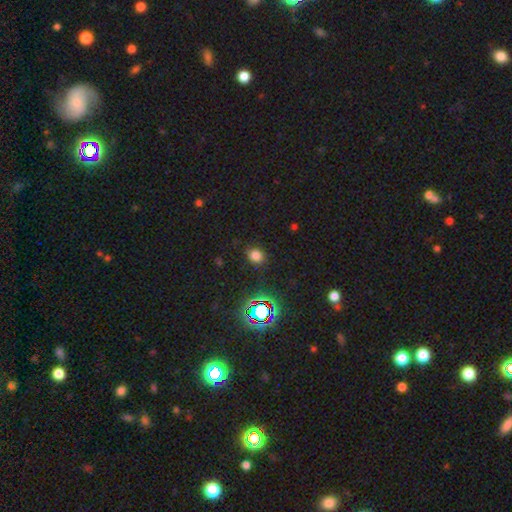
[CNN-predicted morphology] Q: Smooth or featured?
A: smooth (73%); runner-up: star or artifact (21%)
Q: How rounded?
A: round (69%); runner-up: in between (30%)
Q: Merging?
A: none (87%); runner-up: minor disturbance (8%)